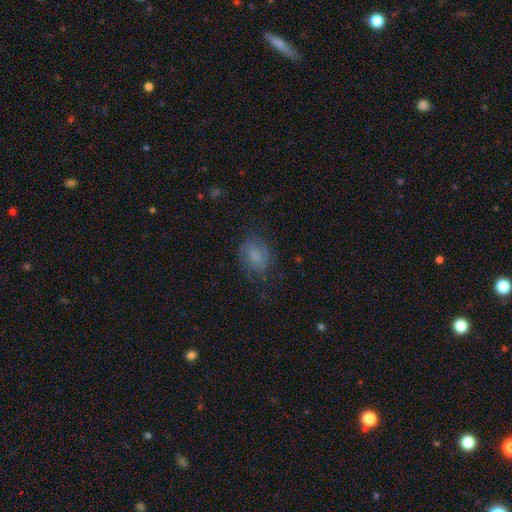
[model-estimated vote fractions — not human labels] A smooth galaxy with no disk features (60%) that is in between round and cigar-shaped (59%). Merging: none (63%).